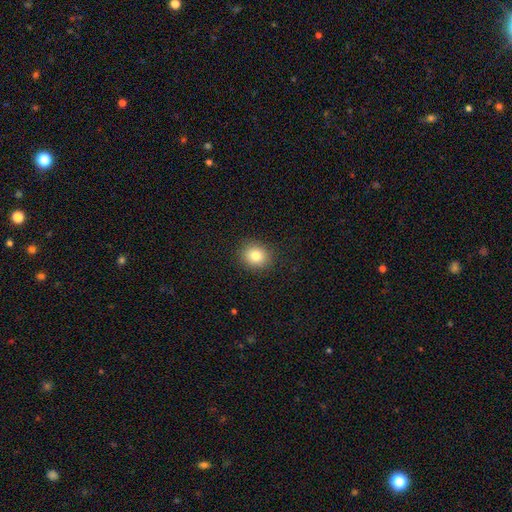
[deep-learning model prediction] This is clearly a smooth galaxy (81%). How rounded: likely round (77%). Merging: clearly none (90%).